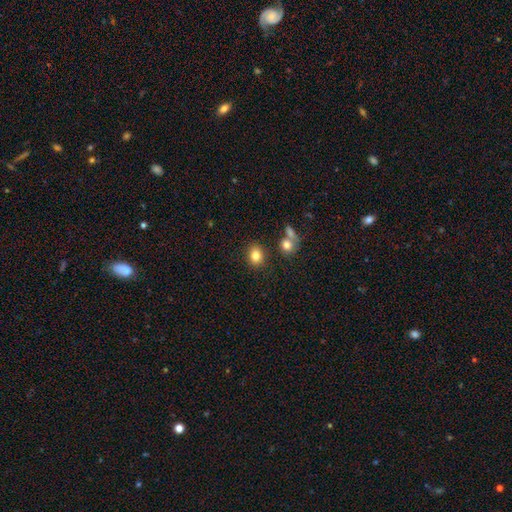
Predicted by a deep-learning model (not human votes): This appears to be a smooth galaxy with no disk features (82%) that is round (56%). Merging: none (80%).